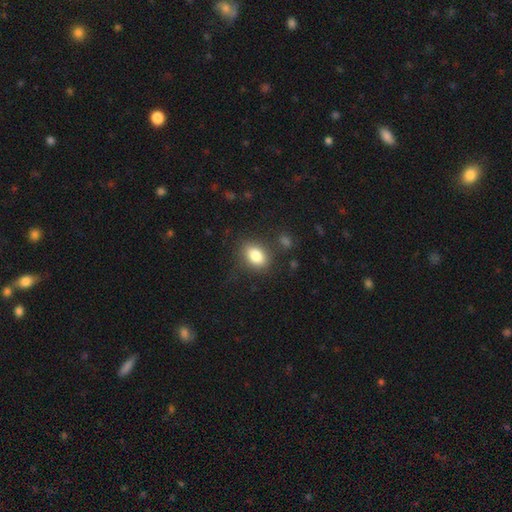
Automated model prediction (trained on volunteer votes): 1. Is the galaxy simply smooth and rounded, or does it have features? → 84% smooth, 8% star or artifact, 8% featured or disk.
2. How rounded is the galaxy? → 80% in between, 19% round, 2% cigar-shaped.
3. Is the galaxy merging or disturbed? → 81% none, 12% minor disturbance, 4% major disturbance, 3% merger.